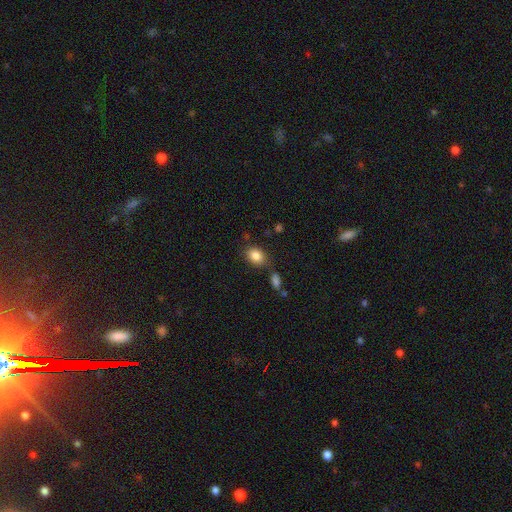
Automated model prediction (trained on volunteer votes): smooth-or-featured: smooth: 85% | star or artifact: 9% | featured or disk: 6%
  how-rounded: in between: 66% | round: 33% | cigar-shaped: 1%
  merging: none: 74% | minor disturbance: 13% | merger: 8% | major disturbance: 4%